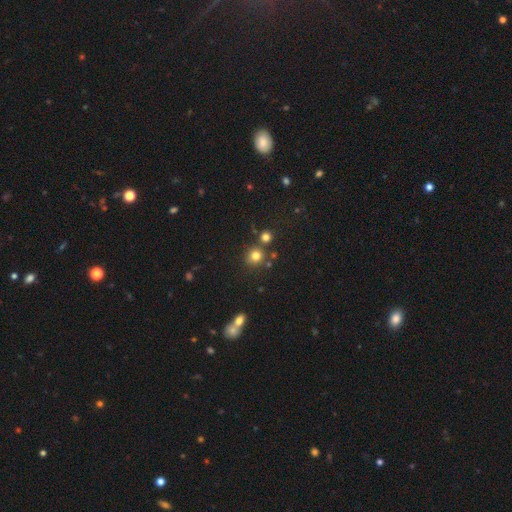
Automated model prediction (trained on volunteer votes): The model was most divided on "merging": none: 75%, merger: 13%, minor disturbance: 9%, major disturbance: 3%. More confident: how rounded — round (88%); smooth or featured — smooth (78%).